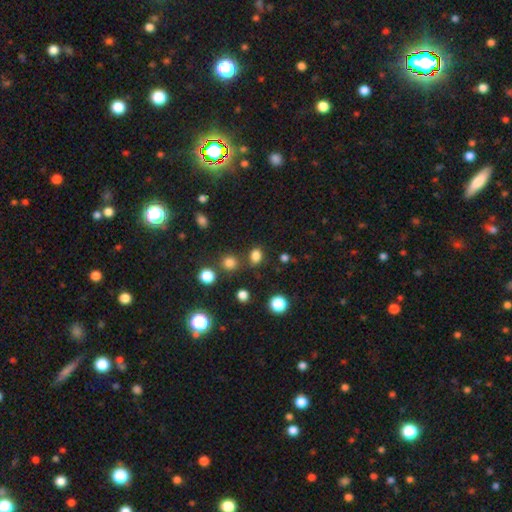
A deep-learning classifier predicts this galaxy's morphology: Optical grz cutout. It shows a smooth galaxy with no disk features (79%) that is in between round and cigar-shaped (54%). Merging: none (75%).